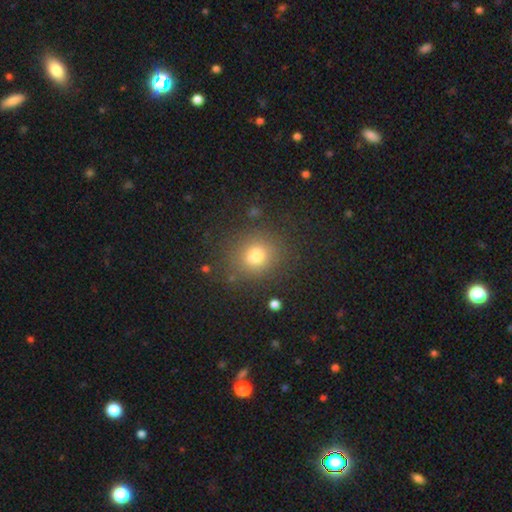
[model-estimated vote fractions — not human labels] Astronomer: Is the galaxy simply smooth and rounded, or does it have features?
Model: smooth — 75%.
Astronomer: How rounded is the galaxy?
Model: round — 79%.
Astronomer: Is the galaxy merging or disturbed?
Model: none — 84%.